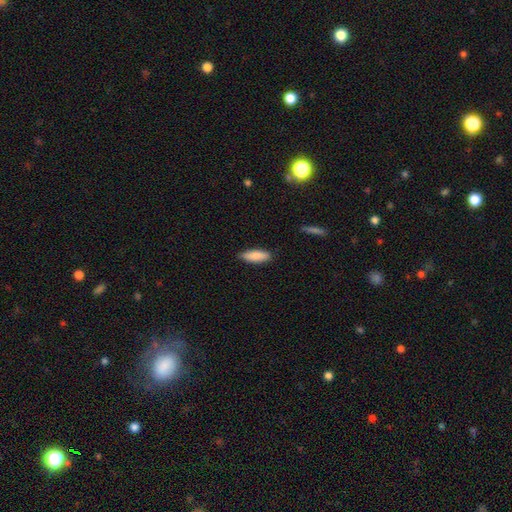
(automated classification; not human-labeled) smooth 86%, featured or disk 8%, star or artifact 6%. Down the decision tree: how rounded — in between (58%); merging — none (85%).